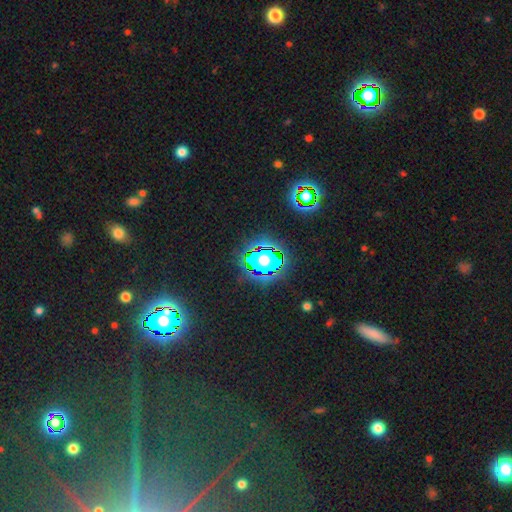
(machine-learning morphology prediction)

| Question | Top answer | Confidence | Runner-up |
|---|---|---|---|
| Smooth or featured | star or artifact | 71% | smooth (18%) |